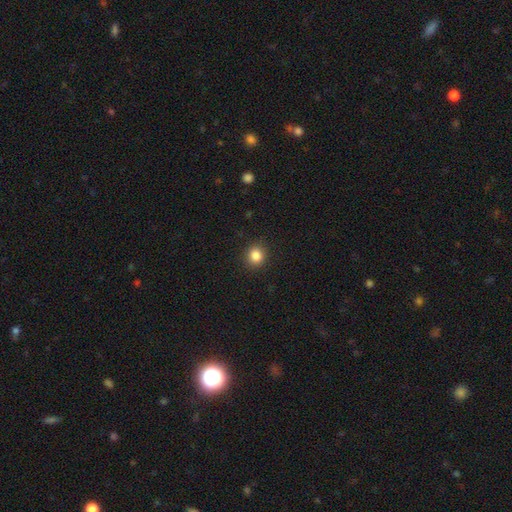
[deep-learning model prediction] The model was most divided on "how rounded": round: 85%, in between: 14%, cigar-shaped: 1%. More confident: merging — none (90%); smooth or featured — smooth (85%).